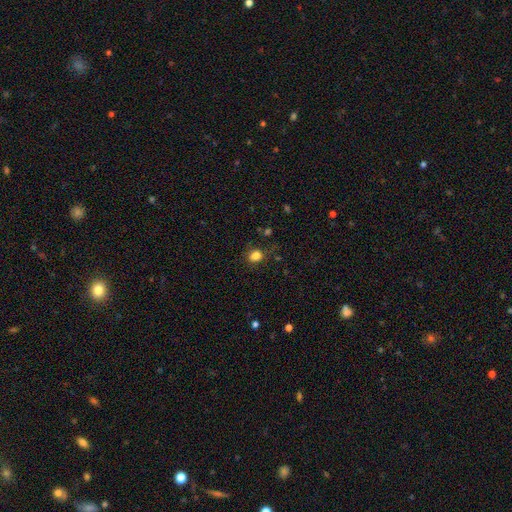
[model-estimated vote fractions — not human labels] Smooth or featured: smooth — 83% (star or artifact — 13%)
How rounded: round — 56% (in between — 43%)
Merging: none — 77% (minor disturbance — 15%)